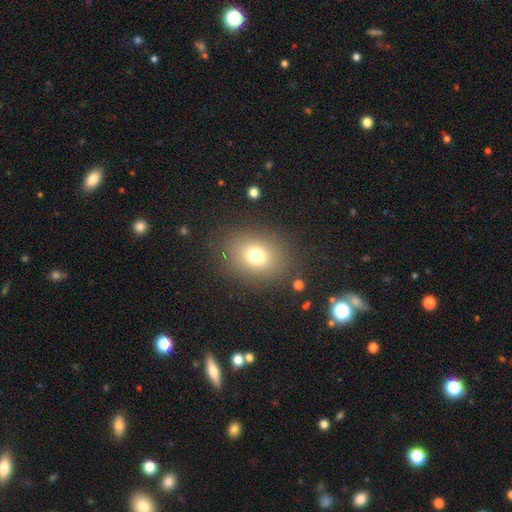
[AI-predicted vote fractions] Q: Smooth or featured?
A: smooth (74%); runner-up: star or artifact (15%)
Q: How rounded?
A: round (51%); runner-up: in between (48%)
Q: Merging?
A: none (85%); runner-up: minor disturbance (8%)